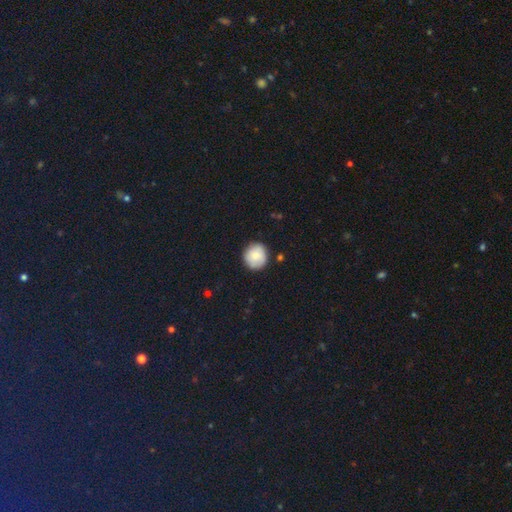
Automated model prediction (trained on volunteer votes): smooth-or-featured: smooth: 83% | featured or disk: 10% | star or artifact: 7%
  how-rounded: round: 92% | in between: 7% | cigar-shaped: 1%
  merging: none: 85% | minor disturbance: 11% | major disturbance: 2% | merger: 2%